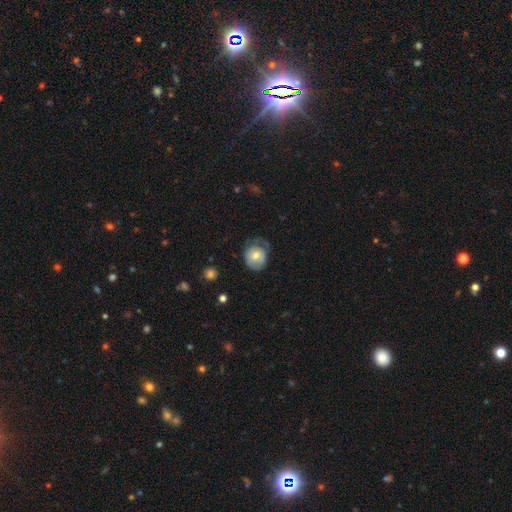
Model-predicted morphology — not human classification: Smooth or featured?
  - smooth: 64% *
  - featured or disk: 29%
  - star or artifact: 7%
How rounded?
  - round: 72% *
  - in between: 27%
  - cigar-shaped: 1%
Merging?
  - none: 45% *
  - minor disturbance: 32%
  - major disturbance: 21%
  - merger: 2%